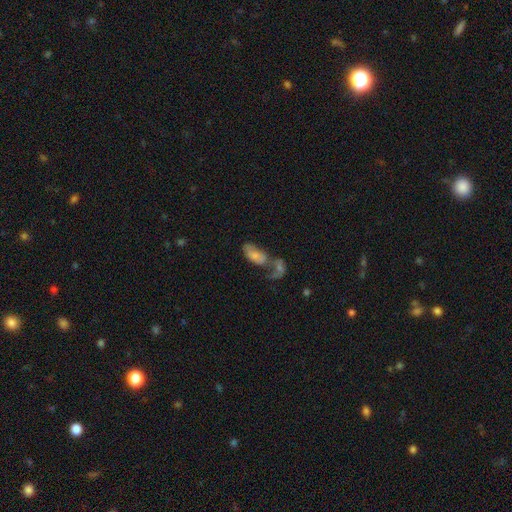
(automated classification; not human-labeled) Smooth or featured?
  - smooth: 62% *
  - featured or disk: 29%
  - star or artifact: 8%
How rounded?
  - in between: 91% *
  - cigar-shaped: 6%
  - round: 3%
Merging?
  - merger: 59% *
  - none: 17%
  - major disturbance: 13%
  - minor disturbance: 11%